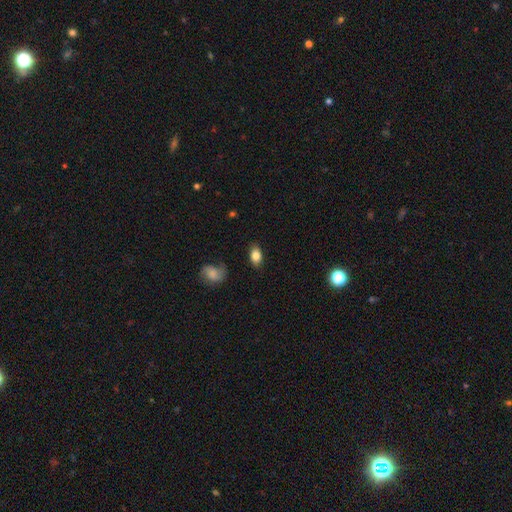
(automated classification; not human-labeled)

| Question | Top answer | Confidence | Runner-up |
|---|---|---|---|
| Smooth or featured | smooth | 82% | featured or disk (10%) |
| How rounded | in between | 89% | round (9%) |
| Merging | none | 84% | minor disturbance (12%) |